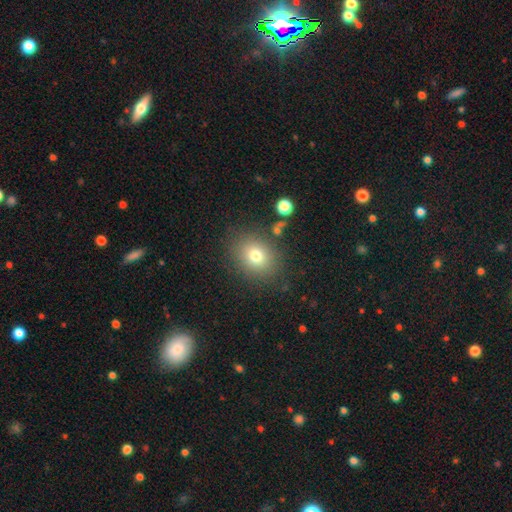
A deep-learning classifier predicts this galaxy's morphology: Smooth or featured? smooth (76%)
How rounded? round (57%)
Merging? none (83%)